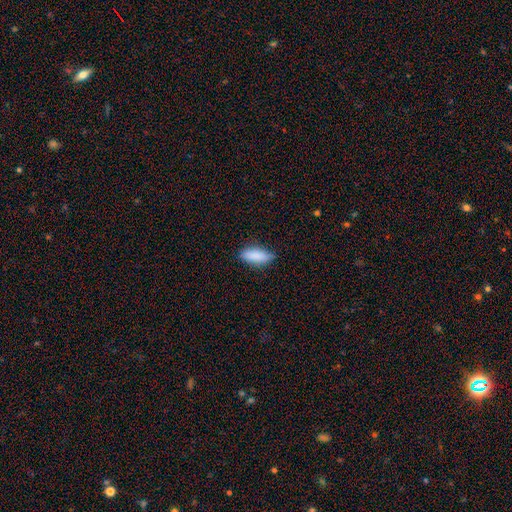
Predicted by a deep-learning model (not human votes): Smooth or featured? Predicted: smooth (p=0.87). How rounded? Predicted: in between (p=0.72). Merging? Predicted: none (p=0.78).